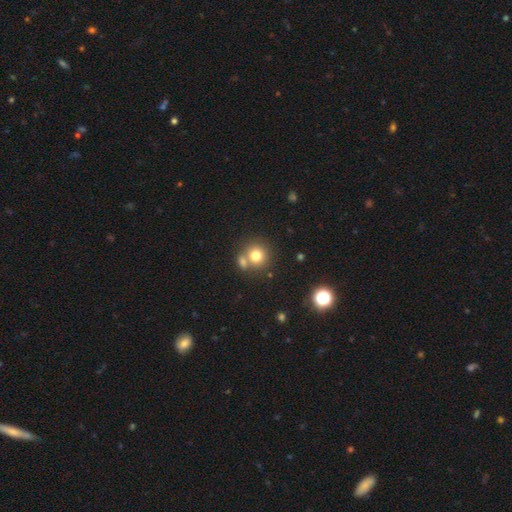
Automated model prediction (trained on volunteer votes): smooth 77%, star or artifact 12%, featured or disk 11%. Down the decision tree: how rounded — round (89%); merging — none (59%).